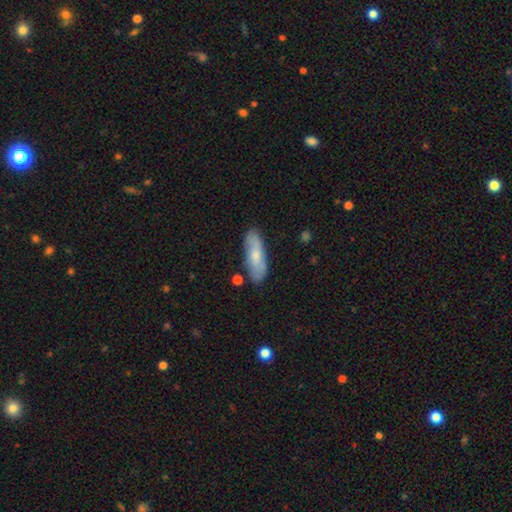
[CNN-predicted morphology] Smooth or featured? smooth (68%)
How rounded? in between (55%)
Merging? none (80%)